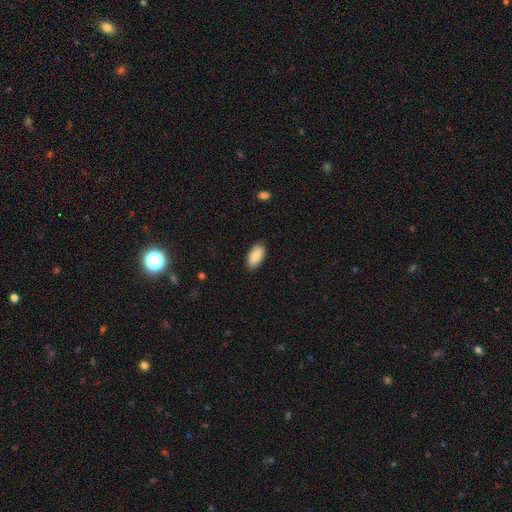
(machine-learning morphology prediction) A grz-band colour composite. It shows a smooth galaxy with no disk features (86%) that is in between round and cigar-shaped (90%). Merging: none (86%).